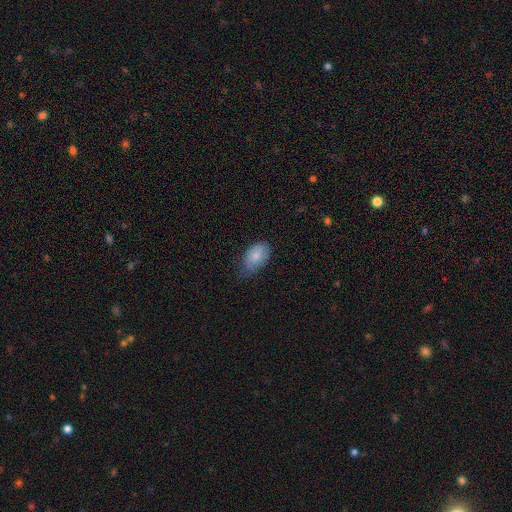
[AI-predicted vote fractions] Morphology: type=smooth (83%); roundness=in between (91%); merging=none (52%).